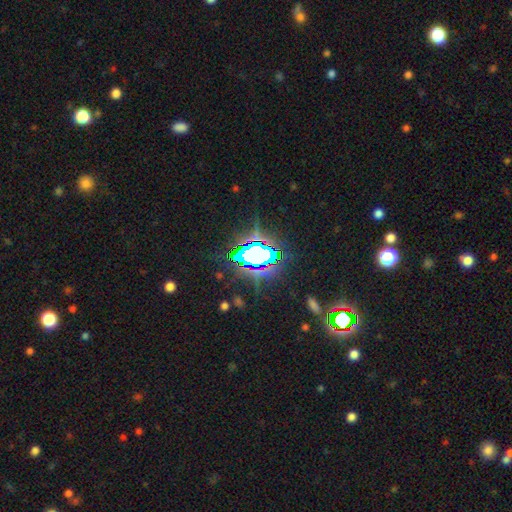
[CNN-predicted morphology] Smooth or featured?
  - star or artifact: 70% *
  - smooth: 16%
  - featured or disk: 14%